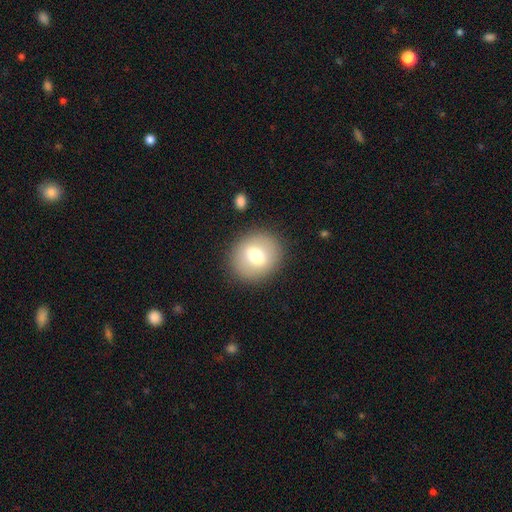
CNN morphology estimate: smooth_or_featured: smooth (p=0.68) [alt: featured or disk p=0.23]
how_rounded: round (p=0.81) [alt: in between p=0.18]
merging: none (p=0.87) [alt: minor disturbance p=0.08]